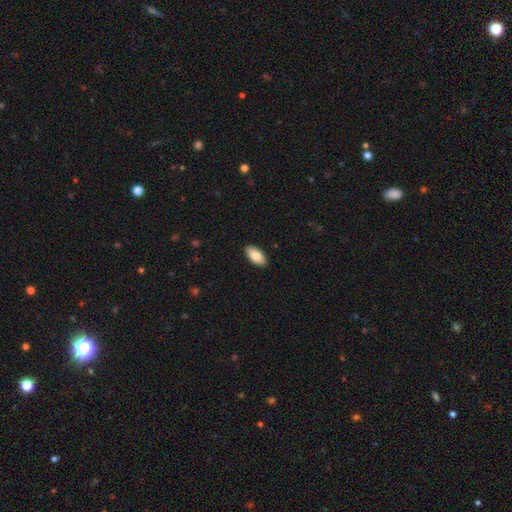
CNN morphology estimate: smooth-or-featured: smooth: 84% | featured or disk: 10% | star or artifact: 6%
  how-rounded: in between: 92% | cigar-shaped: 5% | round: 2%
  merging: none: 91% | minor disturbance: 7% | major disturbance: 2% | merger: 1%